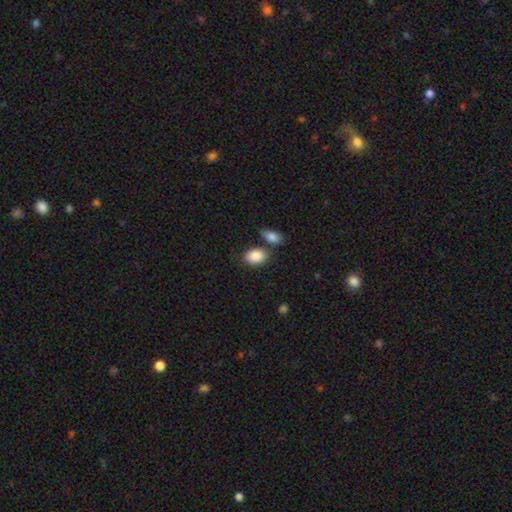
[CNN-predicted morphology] Q: Smooth or featured?
A: smooth (88%); runner-up: star or artifact (7%)
Q: How rounded?
A: in between (80%); runner-up: round (18%)
Q: Merging?
A: none (65%); runner-up: merger (18%)